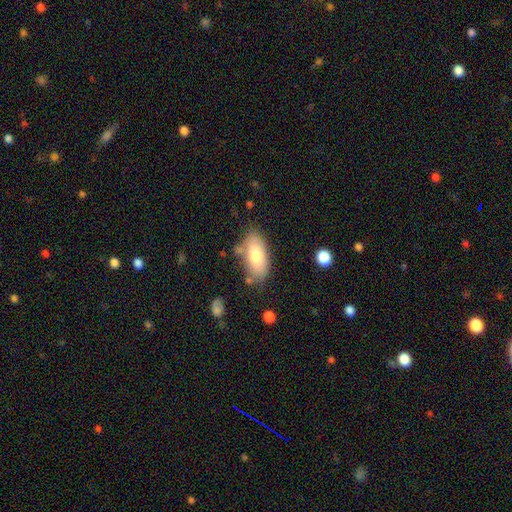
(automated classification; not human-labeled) Morphology: type=smooth (75%); roundness=in between (88%); merging=none (72%).